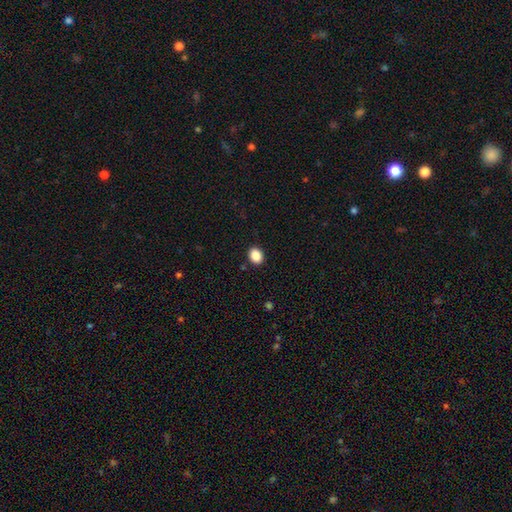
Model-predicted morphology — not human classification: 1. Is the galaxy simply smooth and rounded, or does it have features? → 88% smooth, 9% star or artifact, 3% featured or disk.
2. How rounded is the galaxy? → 51% in between, 48% round, 1% cigar-shaped.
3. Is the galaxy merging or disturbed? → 90% none, 7% minor disturbance, 2% major disturbance, 1% merger.